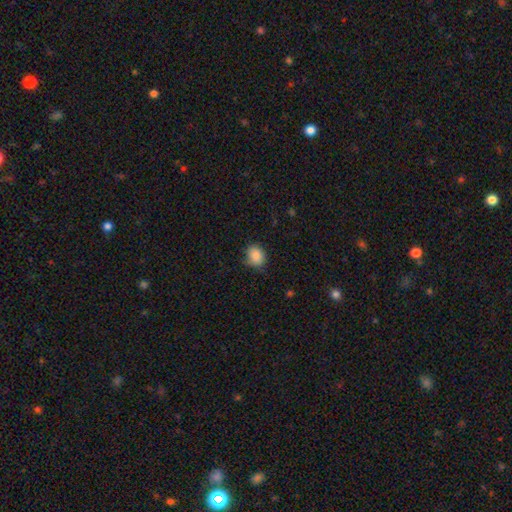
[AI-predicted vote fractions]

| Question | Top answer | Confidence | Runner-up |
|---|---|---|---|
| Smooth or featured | smooth | 87% | star or artifact (9%) |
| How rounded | round | 57% | in between (42%) |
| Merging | none | 70% | minor disturbance (24%) |